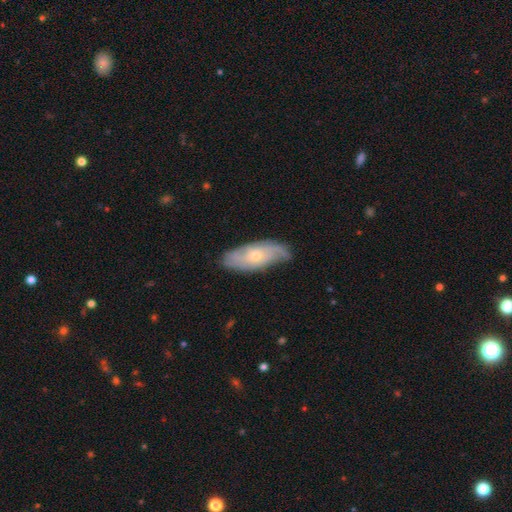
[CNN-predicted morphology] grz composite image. It shows a featured or disk galaxy (71%) with no bar (77%), tight (50%) spiral arms (89%) and a small central bulge (57%). Merging: none (73%).